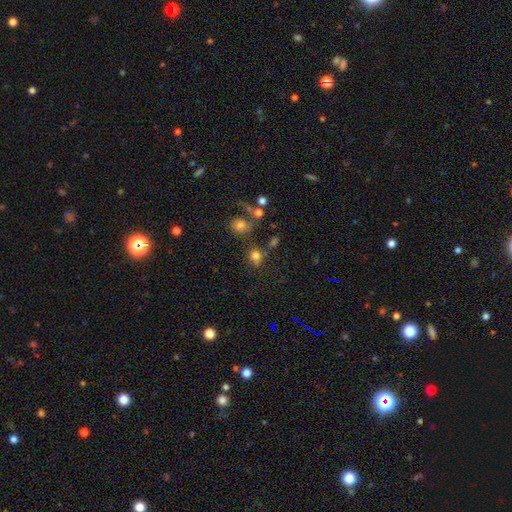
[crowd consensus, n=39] smooth 85%, featured or disk 10%, star or artifact 5%. Down the decision tree: how rounded — round (73%); merging — none (59%).